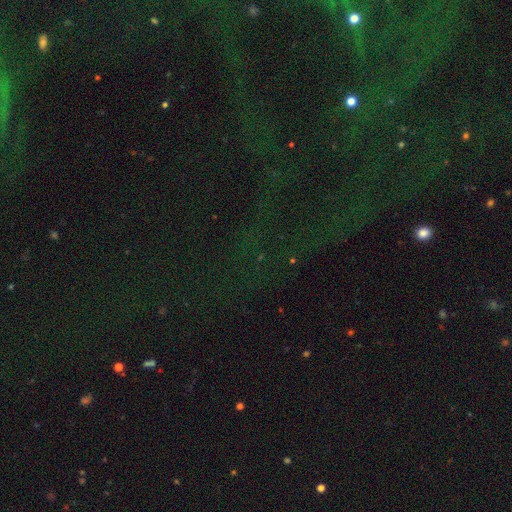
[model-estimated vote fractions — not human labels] Smooth or featured: star or artifact — 80% (featured or disk — 10%)